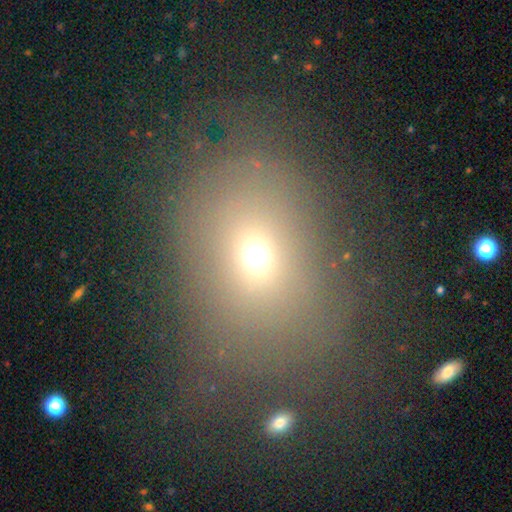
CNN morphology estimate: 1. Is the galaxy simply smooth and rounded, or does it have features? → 61% smooth, 20% star or artifact, 18% featured or disk.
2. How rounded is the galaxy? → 52% round, 47% in between, 1% cigar-shaped.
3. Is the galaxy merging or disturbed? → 57% none, 21% major disturbance, 18% minor disturbance, 4% merger.